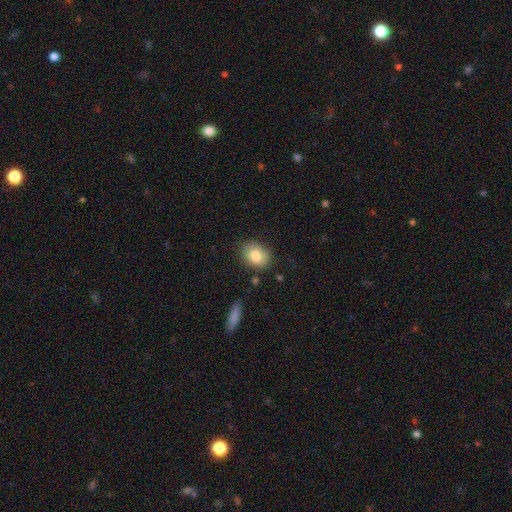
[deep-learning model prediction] Overall: smooth (83%). How rounded: in between (62%; round 37%). Merging: none (77%).